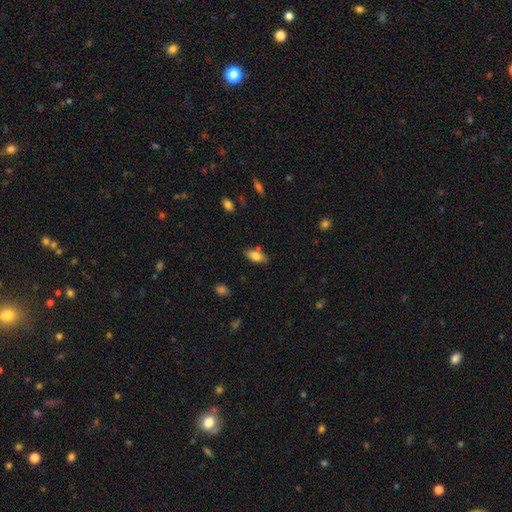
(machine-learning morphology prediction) Q: Smooth or featured?
A: smooth (81%); runner-up: featured or disk (12%)
Q: How rounded?
A: in between (87%); runner-up: cigar-shaped (10%)
Q: Merging?
A: none (75%); runner-up: minor disturbance (15%)